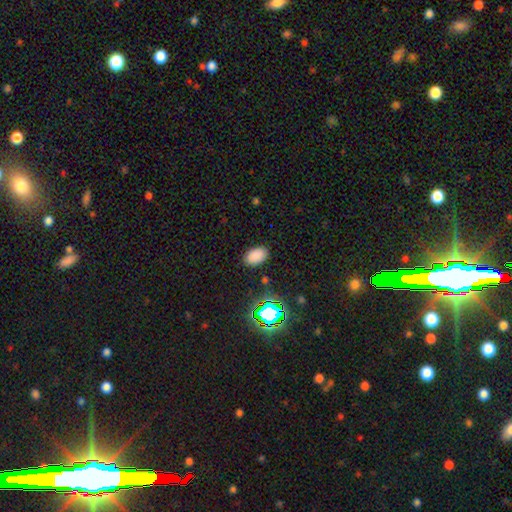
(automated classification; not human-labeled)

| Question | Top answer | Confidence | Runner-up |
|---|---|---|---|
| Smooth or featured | smooth | 80% | star or artifact (15%) |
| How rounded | in between | 91% | round (8%) |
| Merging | none | 86% | minor disturbance (10%) |